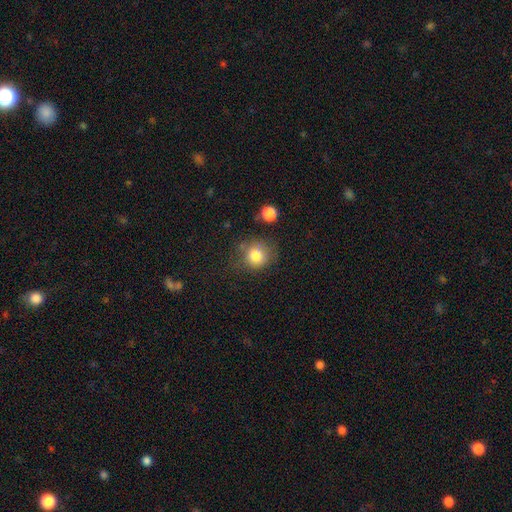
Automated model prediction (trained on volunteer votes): Smooth or featured? smooth (82%)
How rounded? round (81%)
Merging? none (66%)